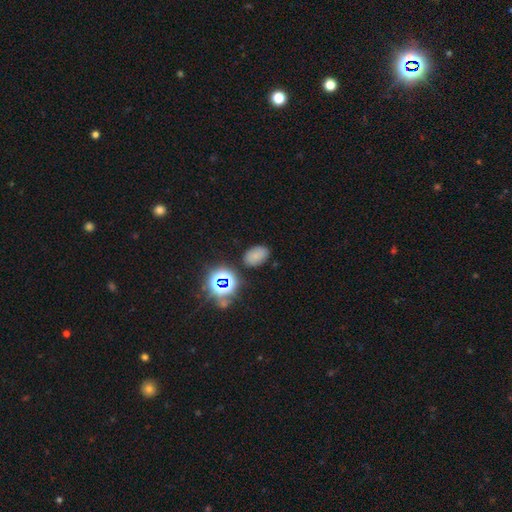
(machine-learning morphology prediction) A smooth galaxy with no disk features (71%) that is in between round and cigar-shaped (86%).

Vote fractions:
- Smooth or featured? smooth: 71% / star or artifact: 22% / featured or disk: 7%
- How rounded? in between: 86% / round: 12% / cigar-shaped: 1%
- Merging? none: 82% / minor disturbance: 12% / major disturbance: 3% / merger: 3%